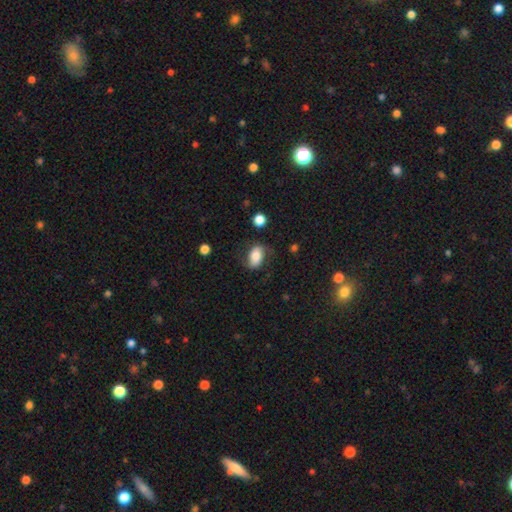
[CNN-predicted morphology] A smooth galaxy with no disk features (71%) that is in between round and cigar-shaped (88%).

Vote fractions:
- Smooth or featured? smooth: 71% / featured or disk: 21% / star or artifact: 8%
- How rounded? in between: 88% / round: 10% / cigar-shaped: 2%
- Merging? none: 67% / minor disturbance: 22% / major disturbance: 9% / merger: 2%